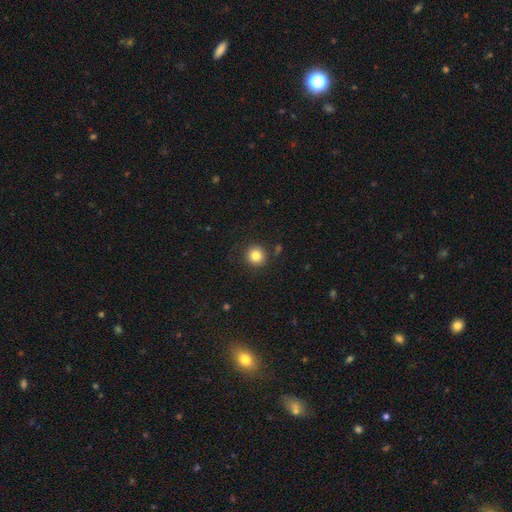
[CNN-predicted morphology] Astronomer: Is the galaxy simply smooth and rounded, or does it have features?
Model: smooth — 82%.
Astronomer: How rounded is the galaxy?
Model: round — 94%.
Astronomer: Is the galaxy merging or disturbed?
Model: none — 88%.